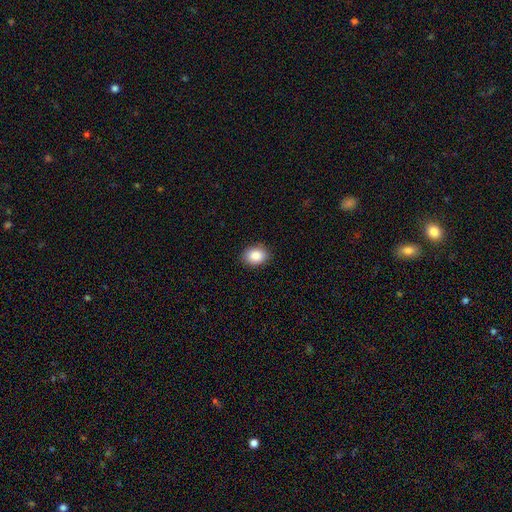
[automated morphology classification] This appears to be a smooth galaxy with no disk features (88%) that is in between round and cigar-shaped (67%). Merging: none (88%).